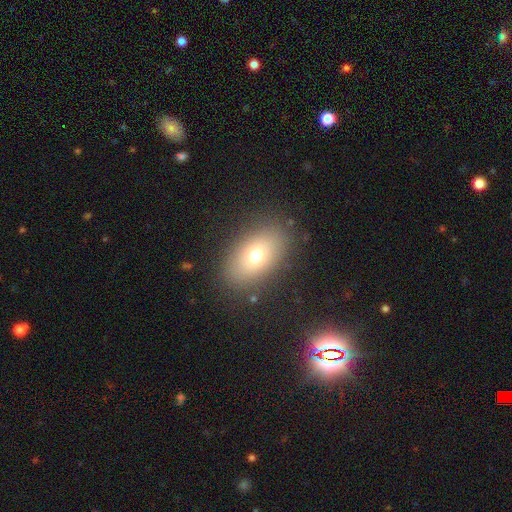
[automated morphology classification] This appears to be a smooth galaxy with no disk features (70%) that is in between round and cigar-shaped (84%). Merging: none (84%).